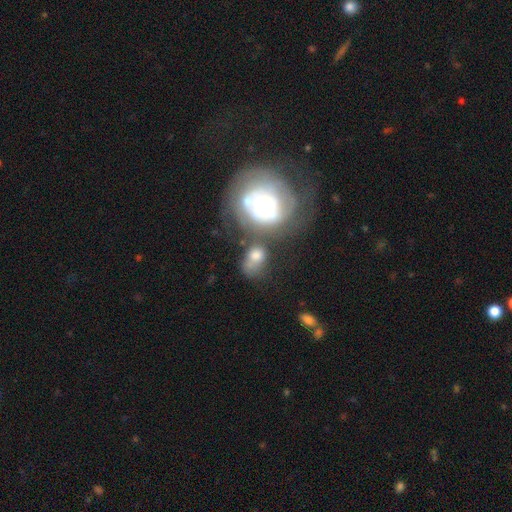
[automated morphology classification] type=smooth (55%); roundness=round (52%); merging=merger (38%).